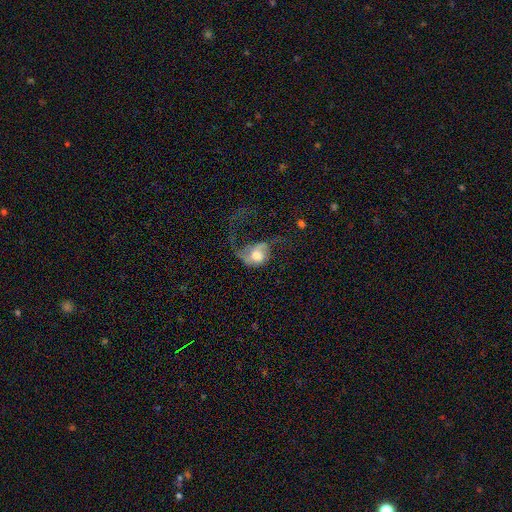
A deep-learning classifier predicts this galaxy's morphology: featured or disk 48%, smooth 44%, star or artifact 8%. Down the decision tree: merging — major disturbance (62%).